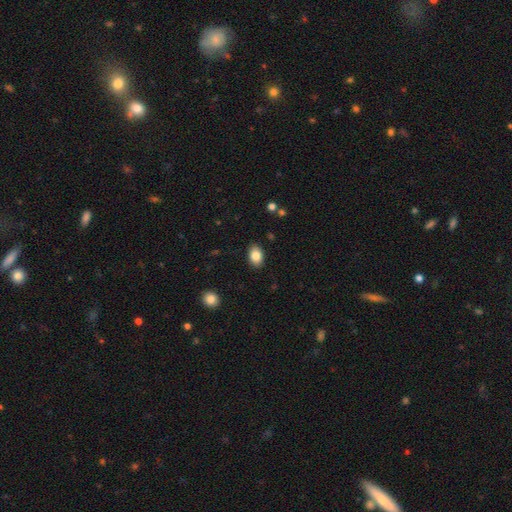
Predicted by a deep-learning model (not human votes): Smooth or featured: smooth — 86% (star or artifact — 8%)
How rounded: in between — 85% (round — 14%)
Merging: none — 87% (minor disturbance — 10%)